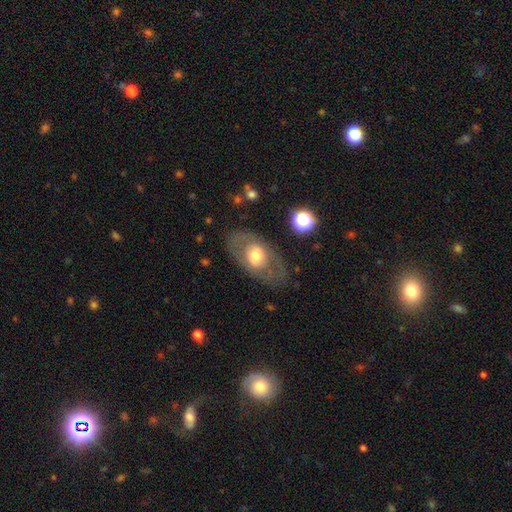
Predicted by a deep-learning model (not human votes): Q: Smooth or featured?
A: featured or disk (48%); runner-up: smooth (45%)
Q: Merging?
A: none (76%); runner-up: minor disturbance (14%)